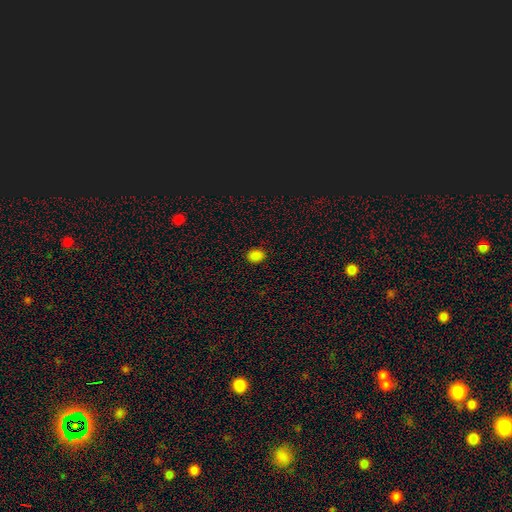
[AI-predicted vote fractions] Smooth or featured?
  - smooth: 84% *
  - star or artifact: 14%
  - featured or disk: 3%
How rounded?
  - round: 54% *
  - in between: 46%
  - cigar-shaped: 1%
Merging?
  - none: 90% *
  - minor disturbance: 7%
  - major disturbance: 2%
  - merger: 1%